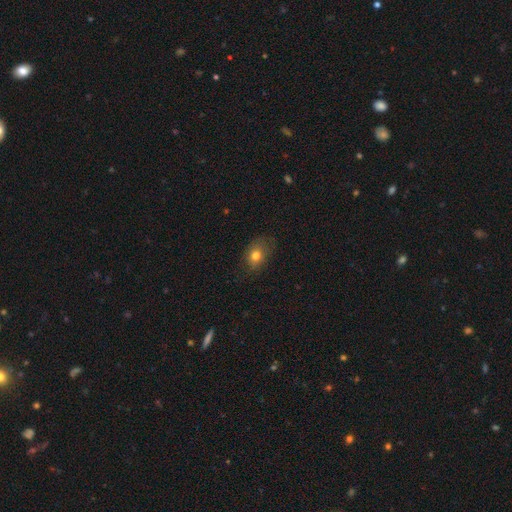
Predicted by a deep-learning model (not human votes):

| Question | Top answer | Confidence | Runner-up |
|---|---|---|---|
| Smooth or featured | smooth | 76% | star or artifact (12%) |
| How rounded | in between | 62% | round (37%) |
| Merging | none | 65% | minor disturbance (24%) |